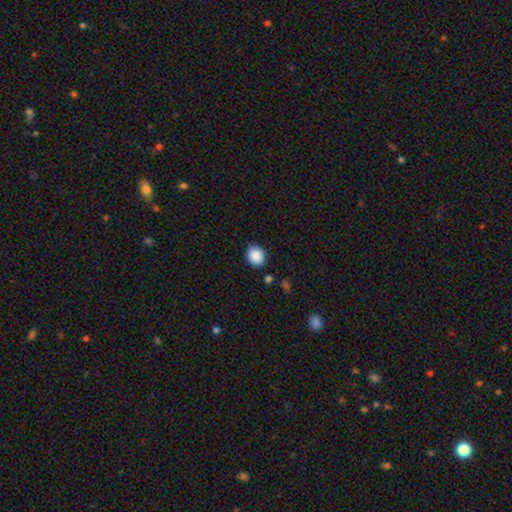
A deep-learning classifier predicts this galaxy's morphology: Smooth or featured? smooth (88%)
How rounded? round (60%)
Merging? none (86%)